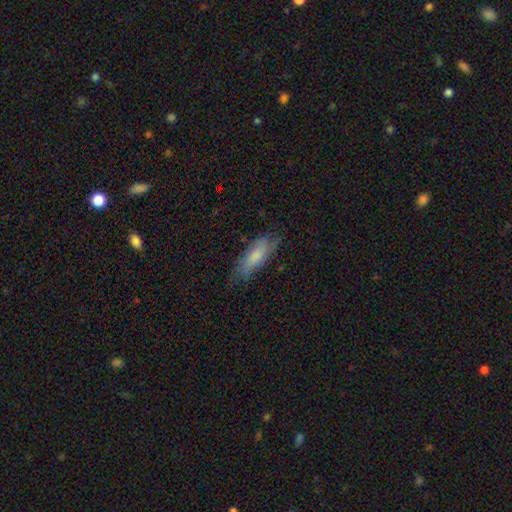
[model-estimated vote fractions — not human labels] Morphology: type=smooth (67%); roundness=in between (57%); merging=none (70%).